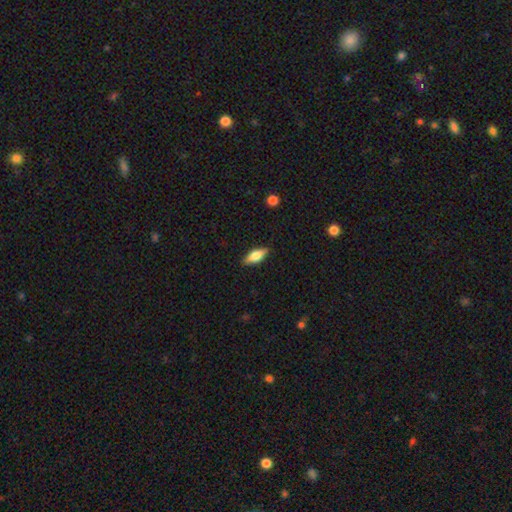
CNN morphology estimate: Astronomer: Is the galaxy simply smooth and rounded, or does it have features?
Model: smooth — 60%.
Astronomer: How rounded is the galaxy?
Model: in between — 67%.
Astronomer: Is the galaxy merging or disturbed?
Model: none — 86%.